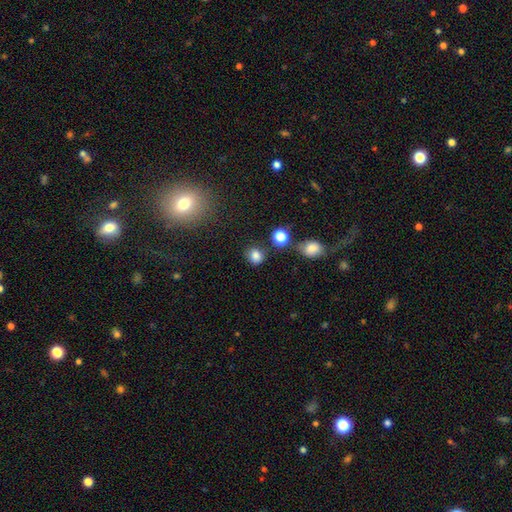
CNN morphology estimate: Overall: smooth (82%). How rounded: round (71%). Merging: none (76%).